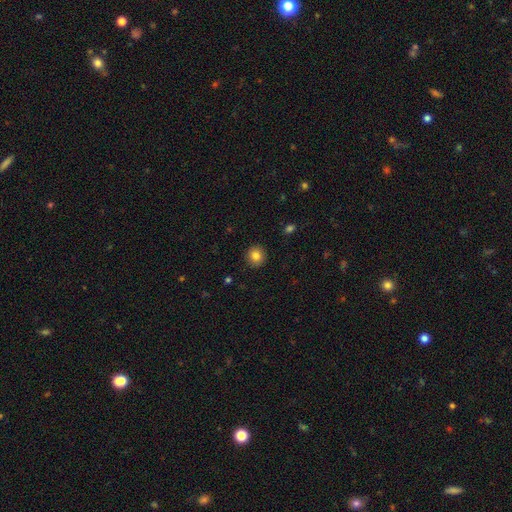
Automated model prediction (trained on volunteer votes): The model was most divided on "smooth or featured": smooth: 83%, star or artifact: 10%, featured or disk: 7%. More confident: merging — none (92%); how rounded — round (91%).